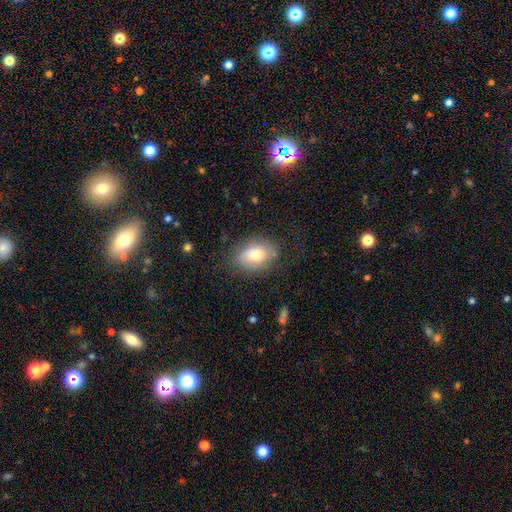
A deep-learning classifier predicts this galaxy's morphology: Smooth or featured?
  - smooth: 72% *
  - featured or disk: 20%
  - star or artifact: 8%
How rounded?
  - in between: 82% *
  - round: 16%
  - cigar-shaped: 1%
Merging?
  - none: 74% *
  - minor disturbance: 18%
  - major disturbance: 6%
  - merger: 1%